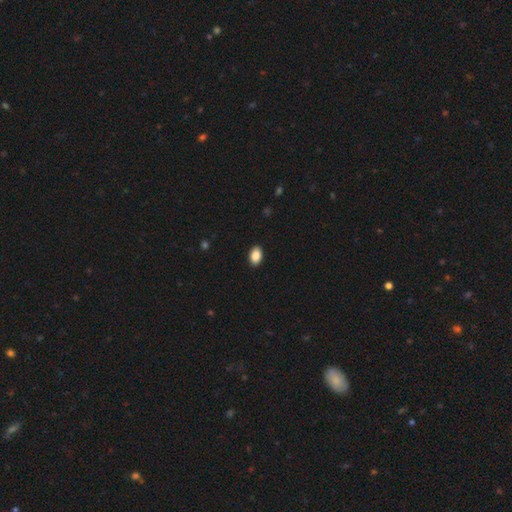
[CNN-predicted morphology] A smooth galaxy with no disk features (89%) that is in between round and cigar-shaped (89%).

Vote fractions:
- Smooth or featured? smooth: 89% / star or artifact: 8% / featured or disk: 4%
- How rounded? in between: 89% / round: 10% / cigar-shaped: 1%
- Merging? none: 90% / minor disturbance: 7% / major disturbance: 2% / merger: 1%